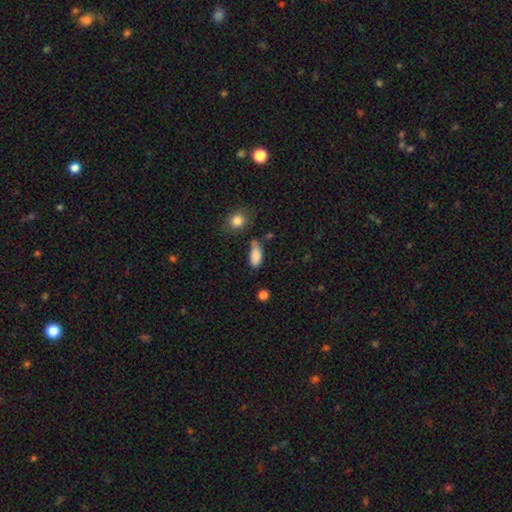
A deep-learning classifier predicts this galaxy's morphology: The model was most divided on "merging": none: 56%, minor disturbance: 29%, merger: 8%, major disturbance: 8%. More confident: smooth or featured — smooth (85%); how rounded — in between (85%).